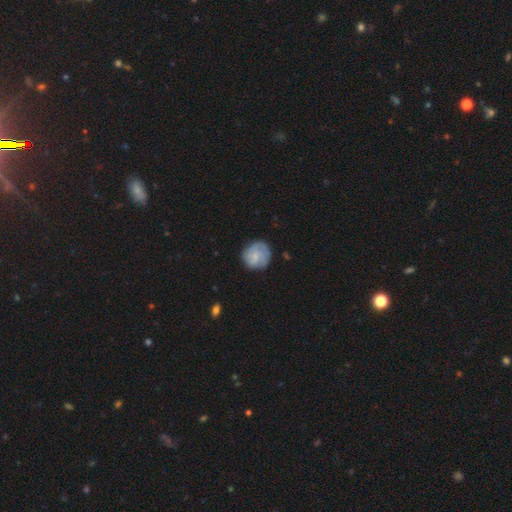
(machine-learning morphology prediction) Smooth or featured?
  - smooth: 59% *
  - featured or disk: 34%
  - star or artifact: 7%
How rounded?
  - round: 88% *
  - in between: 11%
  - cigar-shaped: 1%
Merging?
  - none: 74% *
  - minor disturbance: 19%
  - major disturbance: 6%
  - merger: 1%